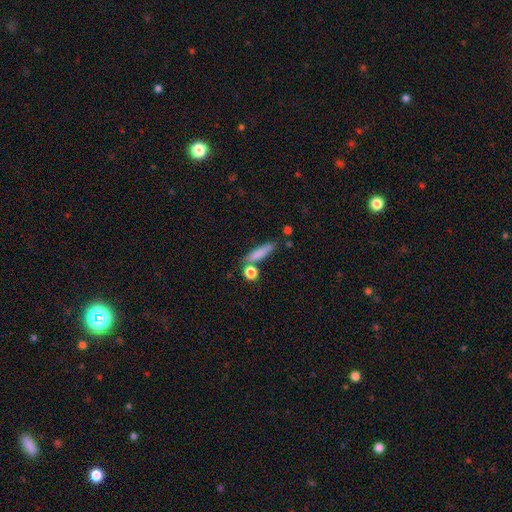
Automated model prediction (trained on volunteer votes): smooth 79%, featured or disk 13%, star or artifact 8%. Down the decision tree: how rounded — cigar-shaped (67%); merging — none (68%).